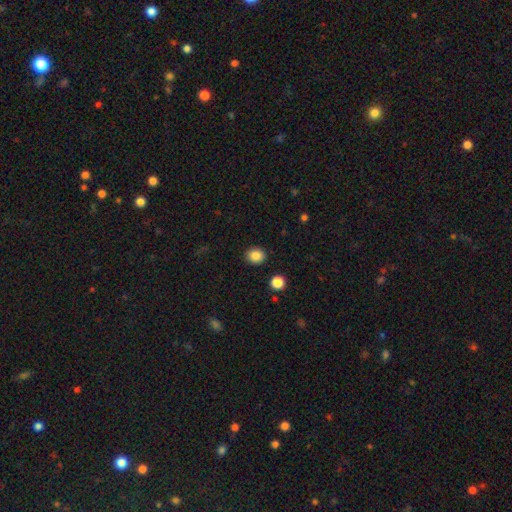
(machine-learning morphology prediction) type=smooth (86%); roundness=round (74%); merging=none (91%).